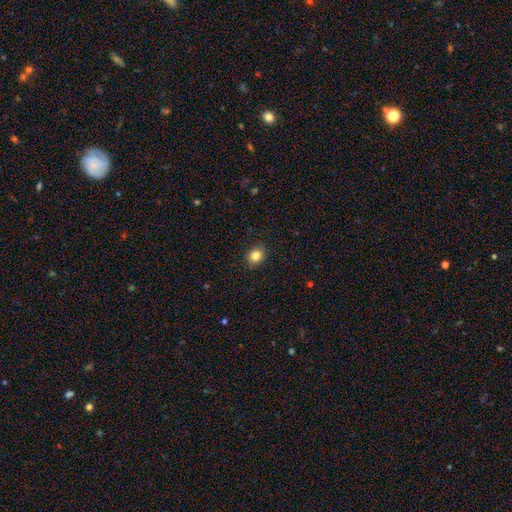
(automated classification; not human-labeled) The model was most divided on "how rounded": round: 67%, in between: 32%, cigar-shaped: 1%. More confident: merging — none (89%); smooth or featured — smooth (83%).